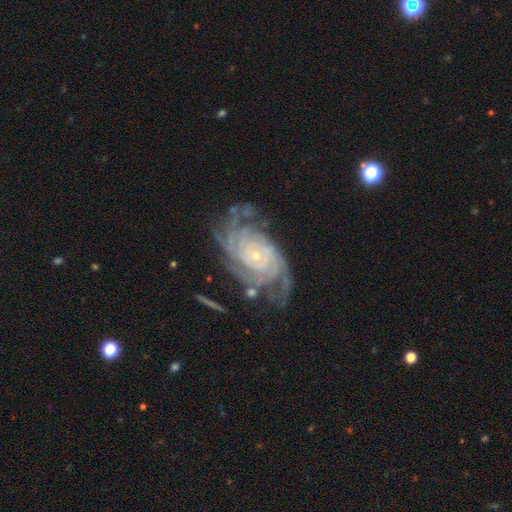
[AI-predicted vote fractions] This is clearly a featured or disk galaxy (88%). It is clearly not viewed edge-on (97%). Bar: likely no (74%). Spiral arm pattern: clearly yes (97%). Spiral arm count: marginally can't tell (23%). Spiral winding: likely tight (71%). Central bulge: clearly small (81%). Merging: likely none (69%).